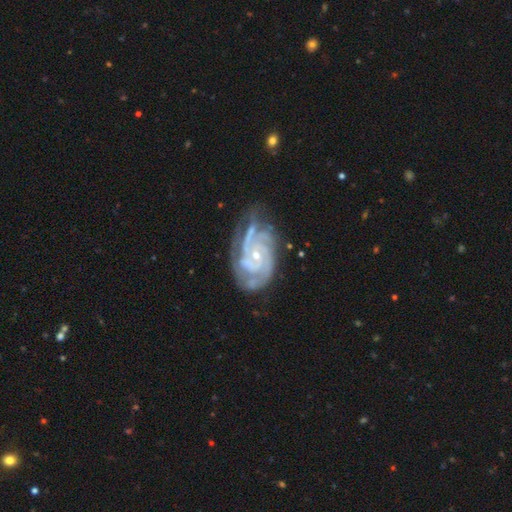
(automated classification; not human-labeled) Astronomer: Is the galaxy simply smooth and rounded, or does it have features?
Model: featured or disk — 91%.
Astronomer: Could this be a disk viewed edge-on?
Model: no — 97%.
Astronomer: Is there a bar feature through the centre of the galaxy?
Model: no — 66%.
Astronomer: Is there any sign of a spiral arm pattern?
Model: yes — 98%.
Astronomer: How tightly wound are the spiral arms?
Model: tight — 69%.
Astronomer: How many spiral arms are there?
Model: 3 — 38% (runner-up: 2, 24%).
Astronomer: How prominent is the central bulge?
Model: small — 69%.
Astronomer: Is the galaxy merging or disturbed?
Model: none — 66%.